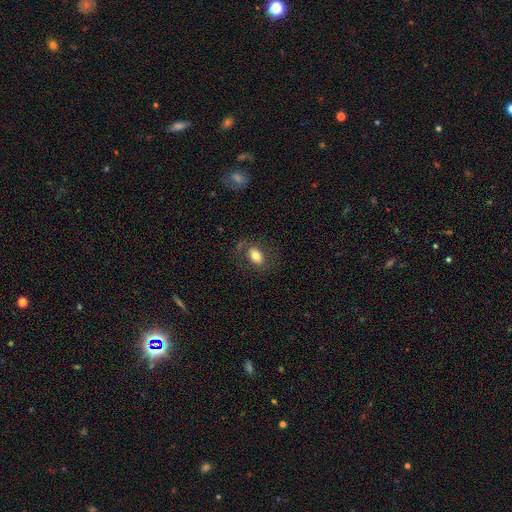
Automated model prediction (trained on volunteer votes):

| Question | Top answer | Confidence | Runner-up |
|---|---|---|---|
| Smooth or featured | smooth | 73% | featured or disk (18%) |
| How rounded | in between | 85% | round (14%) |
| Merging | none | 73% | minor disturbance (15%) |